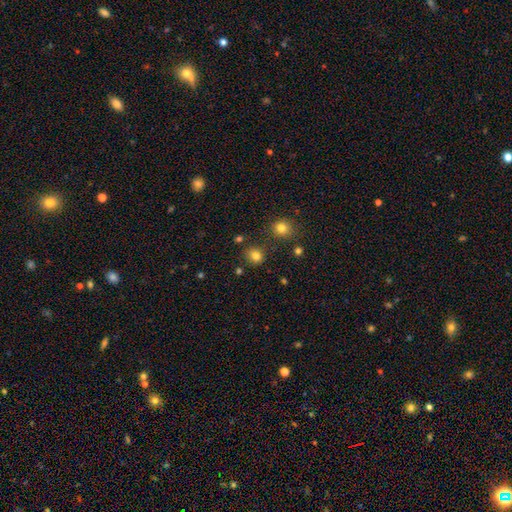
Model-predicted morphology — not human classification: Overall: smooth (81%). How rounded: round (78%). Merging: none (83%).